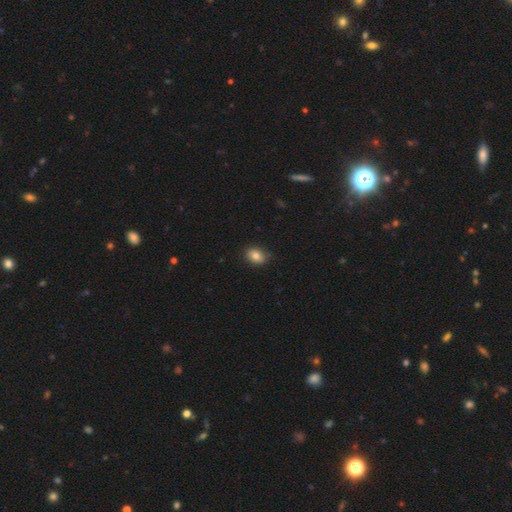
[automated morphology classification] smooth-or-featured: smooth: 83% | star or artifact: 9% | featured or disk: 8%
  how-rounded: in between: 68% | round: 31% | cigar-shaped: 1%
  merging: none: 81% | minor disturbance: 15% | major disturbance: 2% | merger: 1%